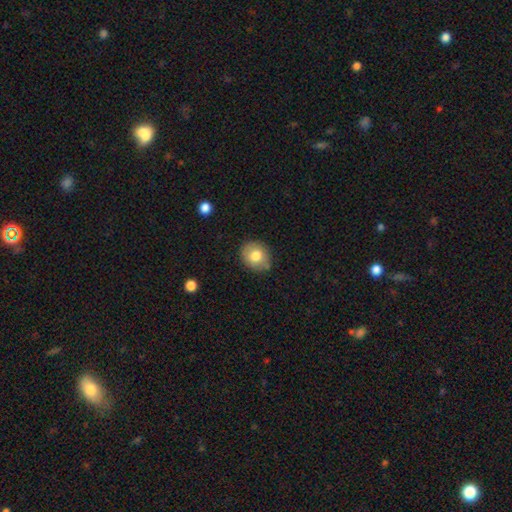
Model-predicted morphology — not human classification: smooth_or_featured: smooth (p=0.78) [alt: featured or disk p=0.14]
how_rounded: round (p=0.66) [alt: in between p=0.33]
merging: none (p=0.82) [alt: minor disturbance p=0.13]